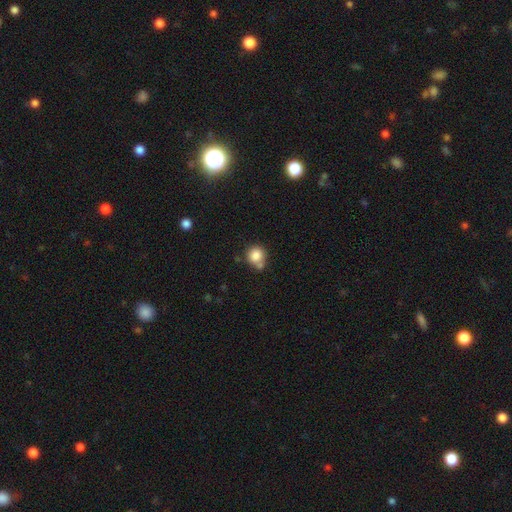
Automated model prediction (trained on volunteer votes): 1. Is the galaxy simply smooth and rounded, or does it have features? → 83% smooth, 10% star or artifact, 7% featured or disk.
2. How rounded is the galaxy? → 83% round, 16% in between, 1% cigar-shaped.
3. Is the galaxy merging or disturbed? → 53% none, 23% merger, 18% minor disturbance, 6% major disturbance.